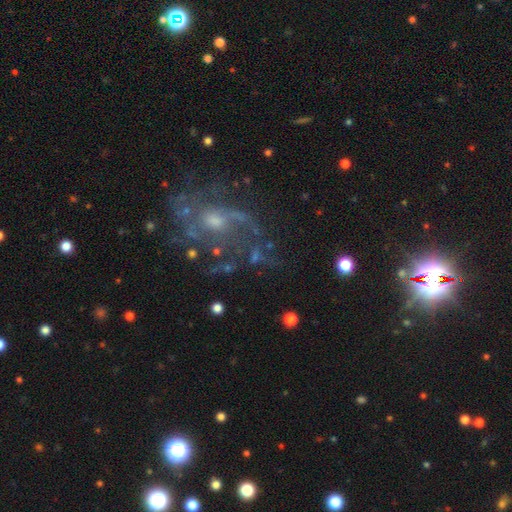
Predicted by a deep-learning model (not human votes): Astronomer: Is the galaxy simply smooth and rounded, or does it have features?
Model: featured or disk — 67%.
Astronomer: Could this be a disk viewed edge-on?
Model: no — 96%.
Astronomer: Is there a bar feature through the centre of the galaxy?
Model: no — 64%.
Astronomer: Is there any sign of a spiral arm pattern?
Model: yes — 79%.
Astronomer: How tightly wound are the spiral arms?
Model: medium — 42% (runner-up: loose, 37%).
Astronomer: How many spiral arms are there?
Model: can't tell — 30% (runner-up: 2, 27%).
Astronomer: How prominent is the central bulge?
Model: small — 46% (runner-up: moderate, 38%).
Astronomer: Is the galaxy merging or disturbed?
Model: none — 55%.